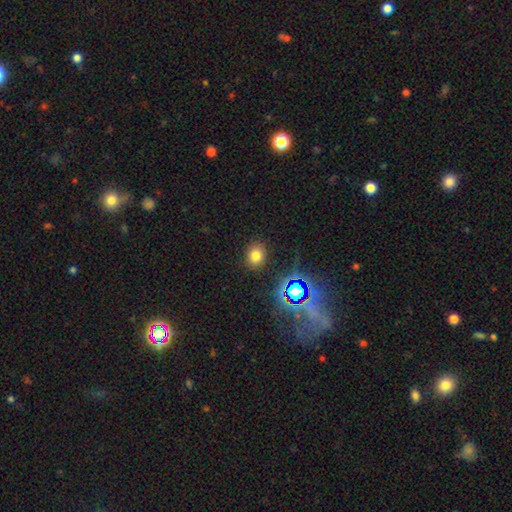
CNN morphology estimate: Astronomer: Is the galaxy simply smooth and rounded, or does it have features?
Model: smooth — 73%.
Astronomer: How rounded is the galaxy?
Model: round — 56% (runner-up: in between, 43%).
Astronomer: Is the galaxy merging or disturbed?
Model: none — 87%.